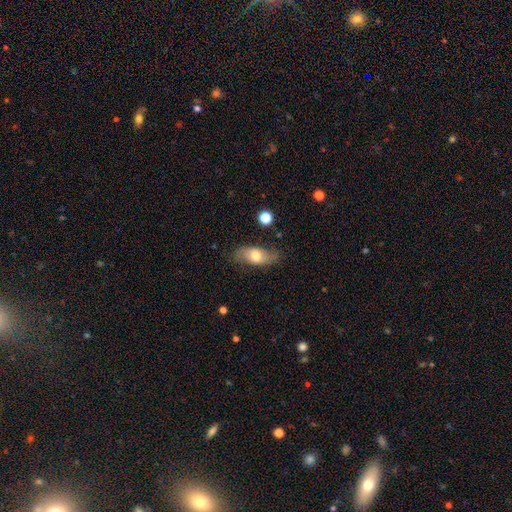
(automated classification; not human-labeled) Q: Smooth or featured?
A: smooth (65%); runner-up: featured or disk (28%)
Q: How rounded?
A: in between (84%); runner-up: cigar-shaped (11%)
Q: Merging?
A: none (73%); runner-up: minor disturbance (20%)